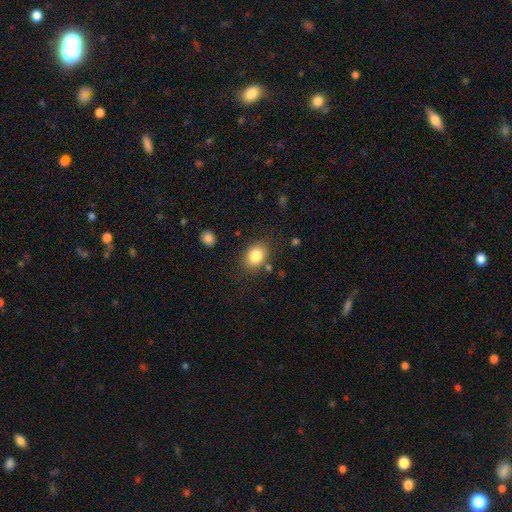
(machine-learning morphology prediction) type=smooth (83%); roundness=in between (65%); merging=none (81%).